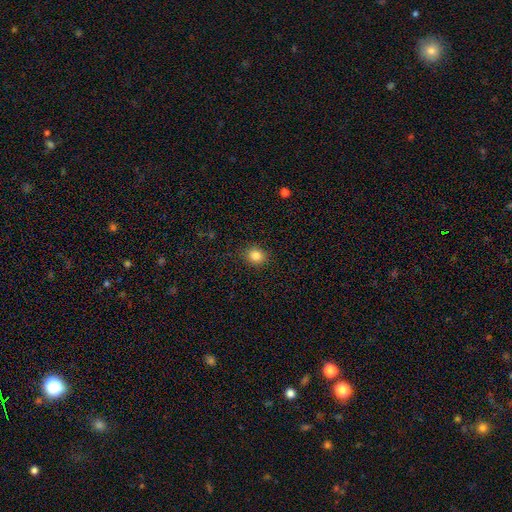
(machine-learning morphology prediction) The model was most divided on "how rounded": round: 73%, in between: 27%, cigar-shaped: 1%. More confident: merging — none (88%); smooth or featured — smooth (84%).